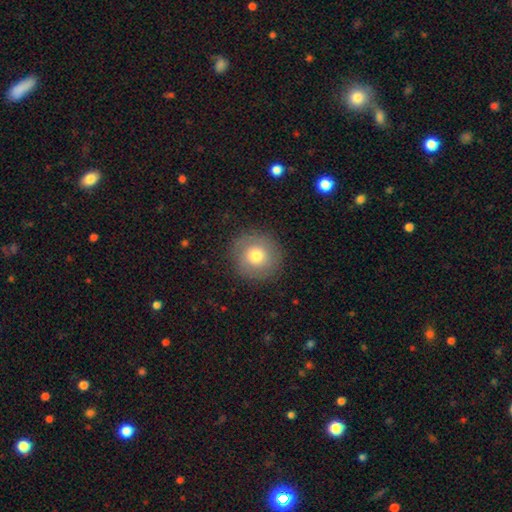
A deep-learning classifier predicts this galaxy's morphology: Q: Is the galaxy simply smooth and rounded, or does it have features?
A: smooth — 72%.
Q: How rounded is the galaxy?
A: round — 95%.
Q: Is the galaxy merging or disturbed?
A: none — 88%.